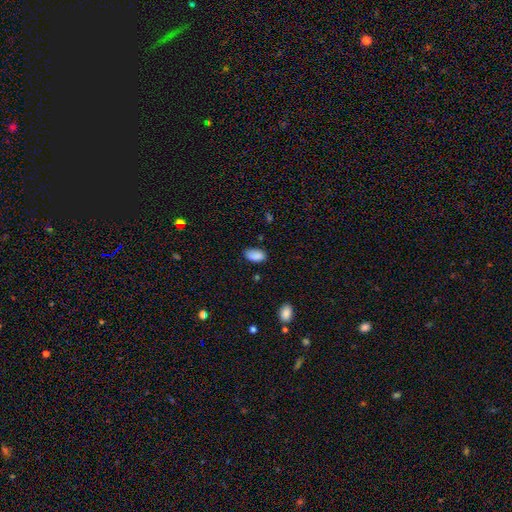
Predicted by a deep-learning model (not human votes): A smooth galaxy with no disk features (88%) that is in between round and cigar-shaped (93%). Merging: none (75%).